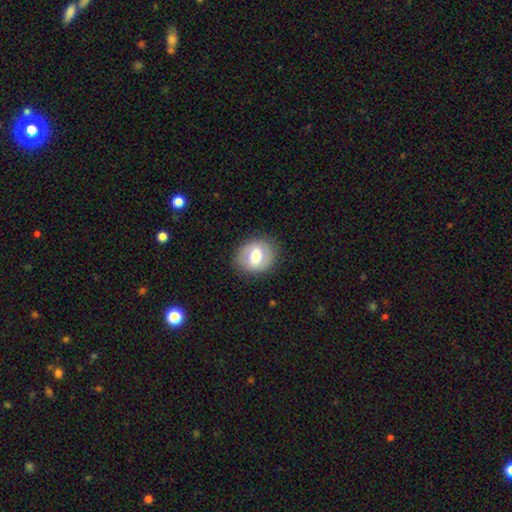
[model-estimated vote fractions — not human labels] This appears to be a smooth galaxy with no disk features (56%) that is round (67%). Merging: none (85%).